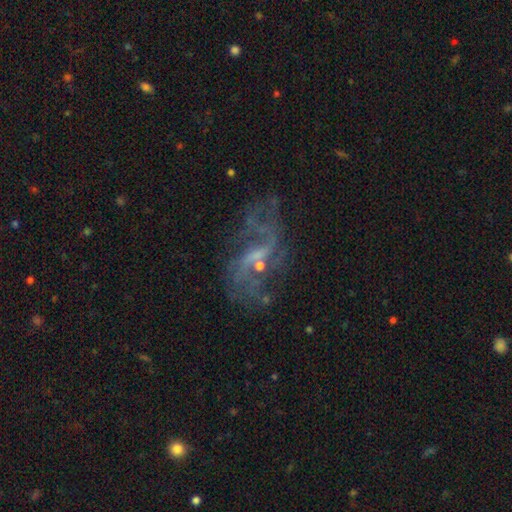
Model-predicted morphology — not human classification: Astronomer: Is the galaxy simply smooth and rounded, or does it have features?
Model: featured or disk — 81%.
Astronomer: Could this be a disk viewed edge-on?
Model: no — 96%.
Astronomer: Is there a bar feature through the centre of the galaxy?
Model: weak — 53% (runner-up: no, 29%).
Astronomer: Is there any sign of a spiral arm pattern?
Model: yes — 84%.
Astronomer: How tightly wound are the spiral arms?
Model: loose — 78%.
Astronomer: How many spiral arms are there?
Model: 2 — 66%.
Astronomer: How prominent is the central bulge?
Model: small — 56%.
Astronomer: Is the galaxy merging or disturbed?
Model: none — 48% (runner-up: major disturbance, 28%).